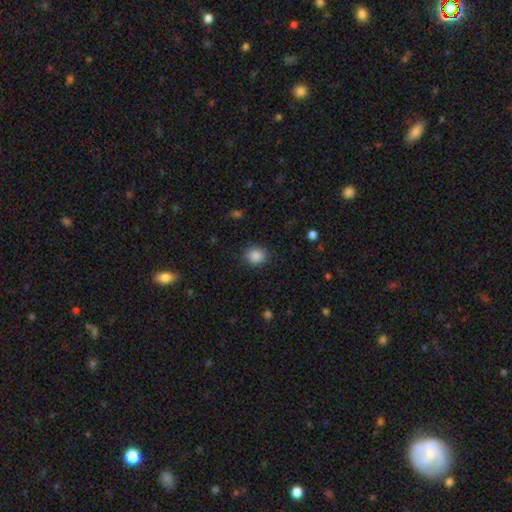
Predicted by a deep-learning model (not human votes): Morphology: type=smooth (88%); roundness=round (70%); merging=none (88%).